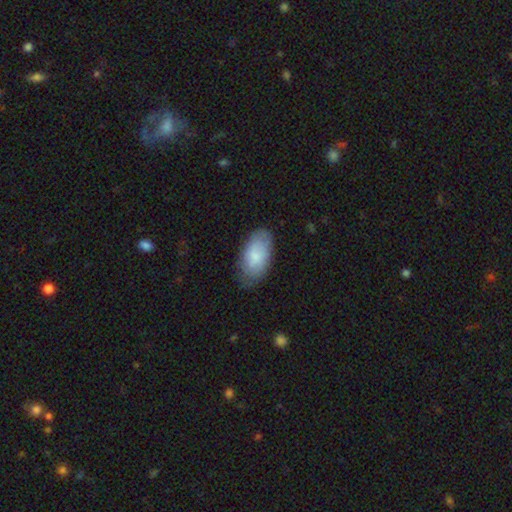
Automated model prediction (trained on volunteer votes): This is clearly a smooth galaxy (80%). How rounded: clearly in between (95%). Merging: likely none (73%).